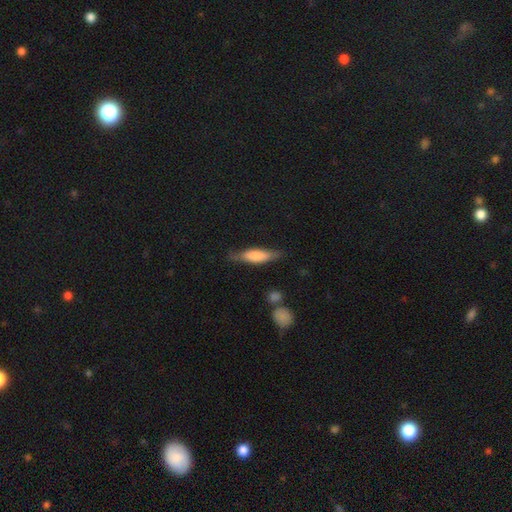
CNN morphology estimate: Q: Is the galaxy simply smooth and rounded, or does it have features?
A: smooth — 60%.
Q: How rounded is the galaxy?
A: cigar-shaped — 67%.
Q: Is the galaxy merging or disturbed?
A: none — 74%.